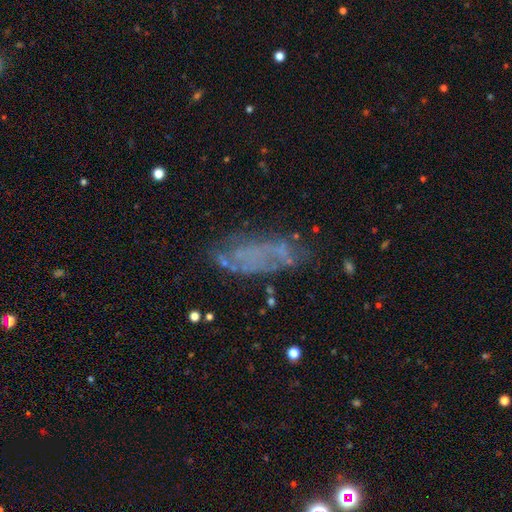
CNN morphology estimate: smooth-or-featured: featured or disk: 57% | smooth: 27% | star or artifact: 16%
  disk-edge-on: no: 89% | yes: 11%
    bar: no: 83% | weak: 12% | strong: 5%
    has-spiral-arms: no: 61% | yes: 39%
    bulge-size: none: 82% | small: 11% | moderate: 4% | large: 2% | dominant: 1%
  merging: none: 59% | minor disturbance: 21% | major disturbance: 17% | merger: 4%